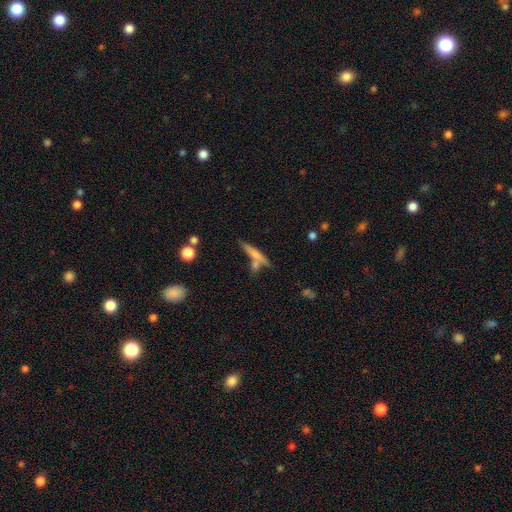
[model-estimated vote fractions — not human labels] Morphology: type=smooth (54%); roundness=cigar-shaped (87%); merging=none (56%).